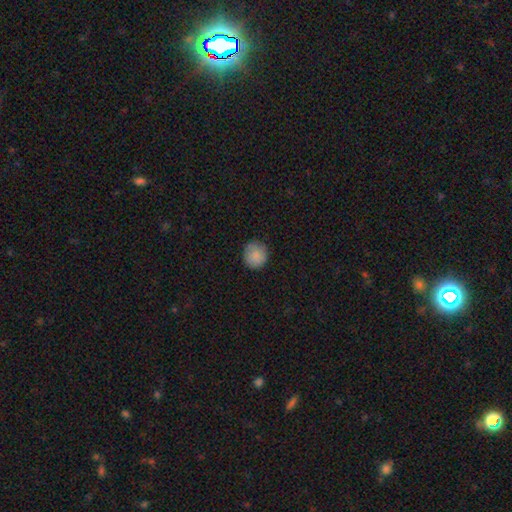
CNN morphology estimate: This appears to be a smooth galaxy with no disk features (85%) that is round (91%). Merging: none (86%).